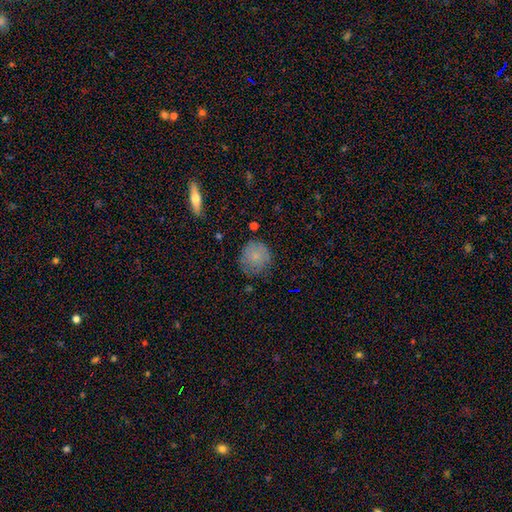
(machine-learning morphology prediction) Smooth or featured? Predicted: smooth (p=0.75). How rounded? Predicted: round (p=0.89). Merging? Predicted: none (p=0.72).